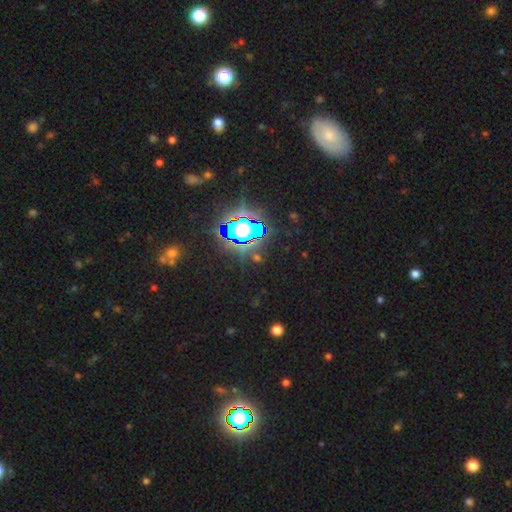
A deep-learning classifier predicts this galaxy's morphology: star or artifact 76%, smooth 14%, featured or disk 10%.